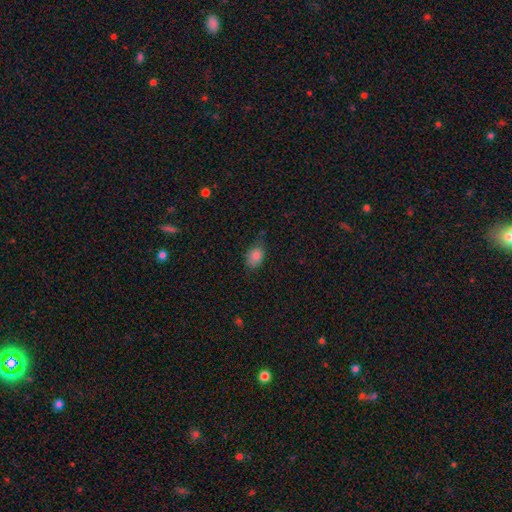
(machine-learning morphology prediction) Smooth or featured? smooth (85%)
How rounded? in between (78%)
Merging? none (65%)